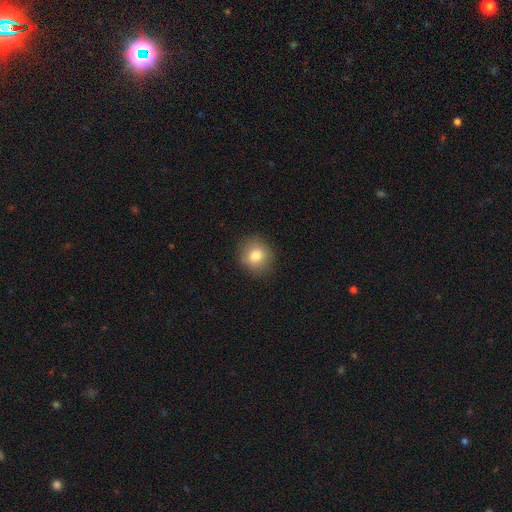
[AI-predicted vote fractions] The model was most divided on "smooth or featured": smooth: 80%, featured or disk: 10%, star or artifact: 10%. More confident: merging — none (87%); how rounded — round (85%).